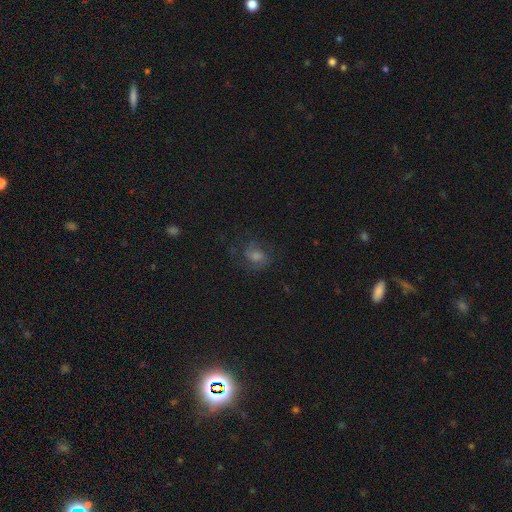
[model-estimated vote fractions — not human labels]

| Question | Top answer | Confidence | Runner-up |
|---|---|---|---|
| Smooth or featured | featured or disk | 43% | smooth (30%) |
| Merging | none | 68% | minor disturbance (17%) |